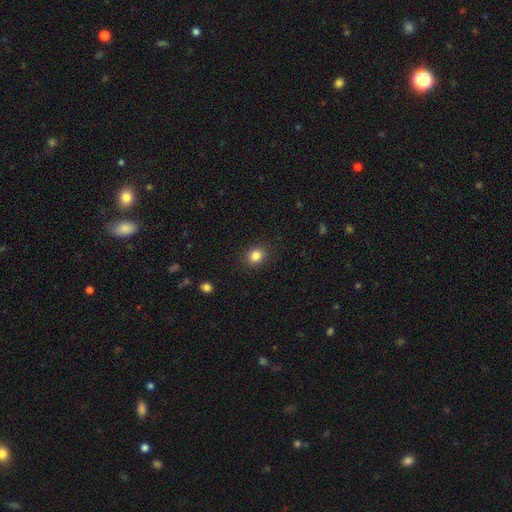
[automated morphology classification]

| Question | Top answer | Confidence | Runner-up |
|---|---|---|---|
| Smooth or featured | smooth | 84% | star or artifact (11%) |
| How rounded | round | 75% | in between (24%) |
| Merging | none | 90% | minor disturbance (7%) |